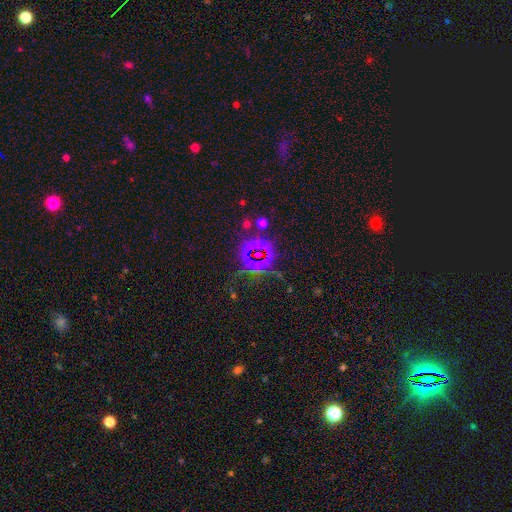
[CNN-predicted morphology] Smooth or featured? Predicted: star or artifact (p=0.77).